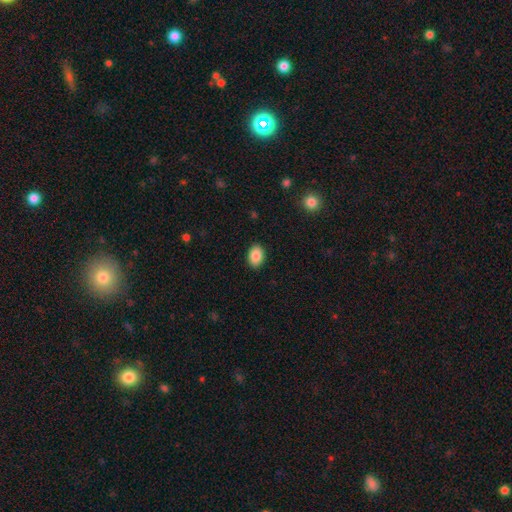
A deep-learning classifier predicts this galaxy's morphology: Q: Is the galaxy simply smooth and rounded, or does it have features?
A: smooth — 88%.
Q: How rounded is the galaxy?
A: in between — 82%.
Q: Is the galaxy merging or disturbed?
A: none — 89%.